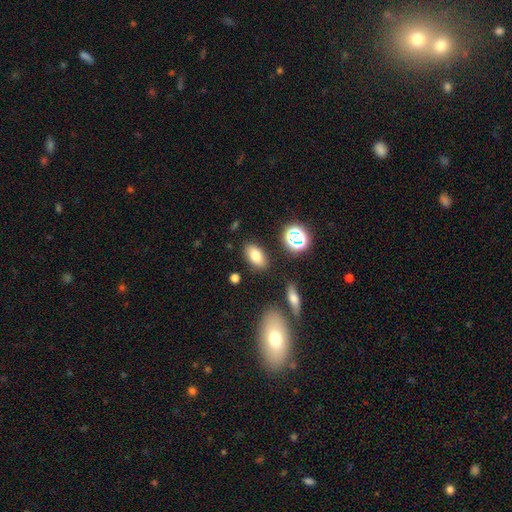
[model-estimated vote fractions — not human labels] smooth-or-featured: smooth: 75% | star or artifact: 13% | featured or disk: 12%
  how-rounded: in between: 88% | round: 8% | cigar-shaped: 4%
  merging: none: 83% | minor disturbance: 10% | merger: 4% | major disturbance: 3%